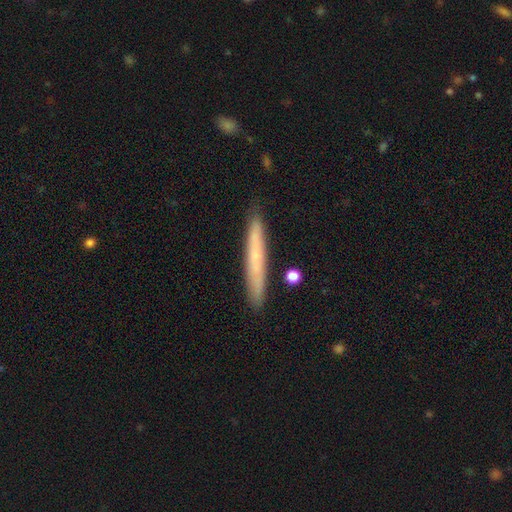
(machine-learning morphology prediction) A smooth galaxy with no disk features (53%) that is cigar-shaped (96%). Merging: none (88%).